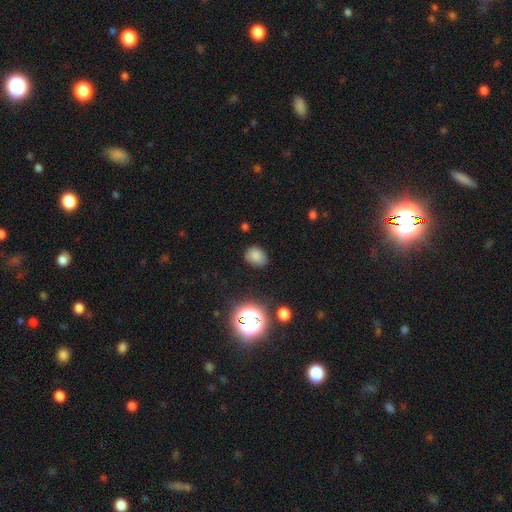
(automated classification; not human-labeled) This is likely a smooth galaxy (78%). How rounded: likely in between (61%). Merging: likely none (77%).